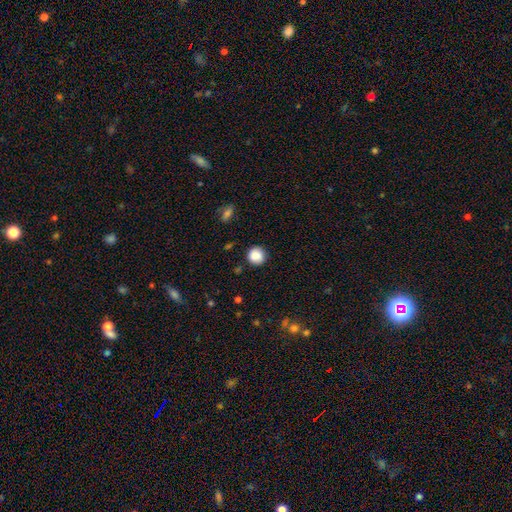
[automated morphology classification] This is clearly a smooth galaxy (87%). How rounded: clearly round (93%). Merging: clearly none (88%).